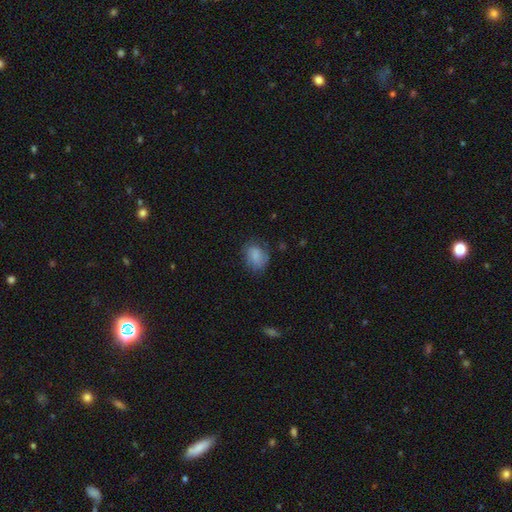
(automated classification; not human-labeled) This is likely a smooth galaxy (76%). How rounded: likely in between (61%). Merging: likely none (63%).